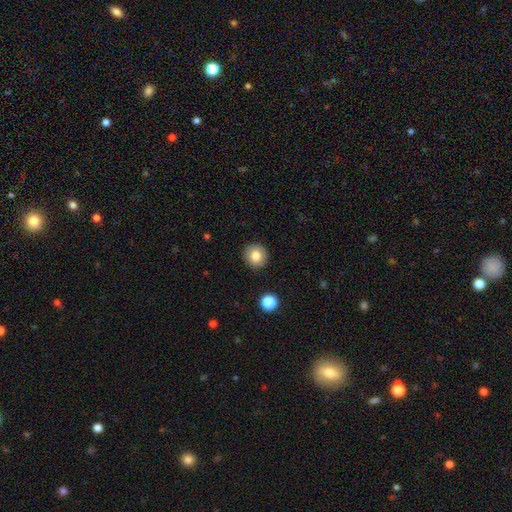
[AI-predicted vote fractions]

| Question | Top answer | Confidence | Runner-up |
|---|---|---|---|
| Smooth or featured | smooth | 79% | featured or disk (11%) |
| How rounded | round | 92% | in between (7%) |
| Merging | none | 91% | minor disturbance (6%) |